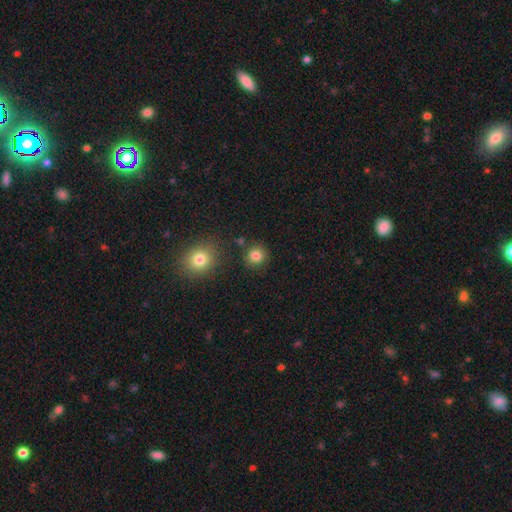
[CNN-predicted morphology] smooth 83%, star or artifact 12%, featured or disk 5%. Down the decision tree: how rounded — round (90%); merging — none (85%).